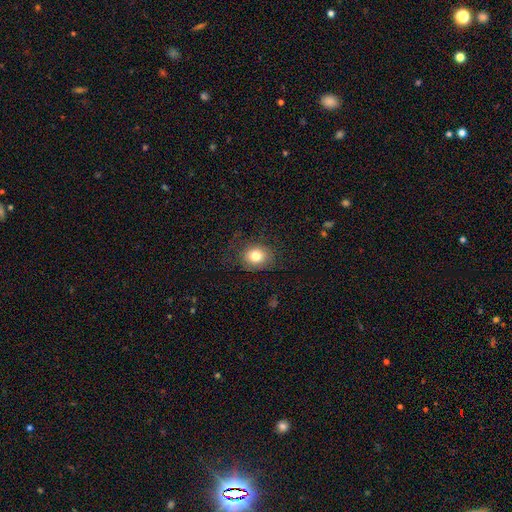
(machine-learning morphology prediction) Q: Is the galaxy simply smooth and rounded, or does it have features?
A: smooth — 78%.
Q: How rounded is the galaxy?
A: round — 70%.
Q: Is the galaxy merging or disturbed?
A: none — 77%.